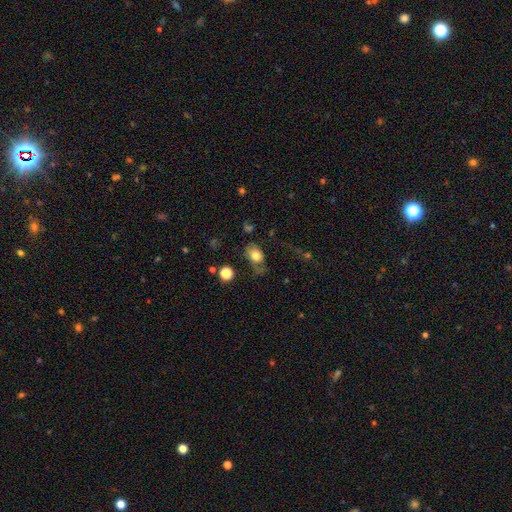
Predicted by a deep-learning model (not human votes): This is likely a smooth galaxy (77%). How rounded: likely in between (79%). Merging: possibly none (50%).